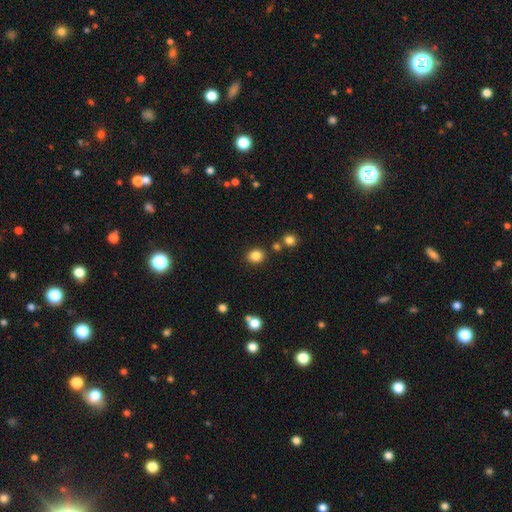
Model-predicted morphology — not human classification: smooth 84%, star or artifact 11%, featured or disk 5%. Down the decision tree: how rounded — round (68%); merging — none (83%).